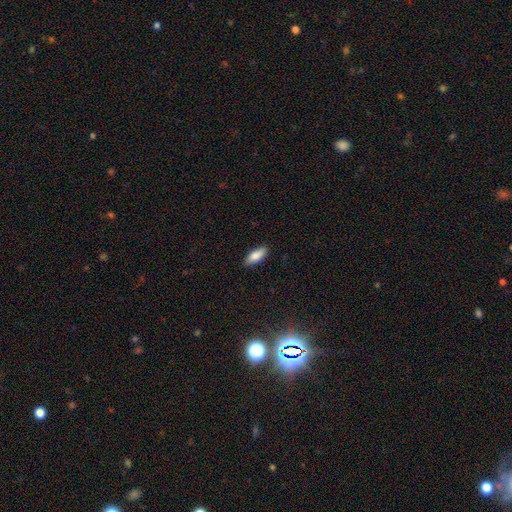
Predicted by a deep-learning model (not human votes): Smooth or featured? smooth (83%)
How rounded? in between (75%)
Merging? none (88%)